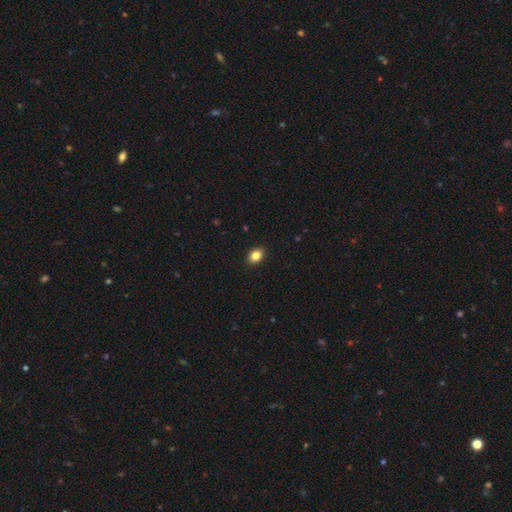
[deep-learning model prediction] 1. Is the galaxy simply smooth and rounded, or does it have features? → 84% smooth, 10% star or artifact, 7% featured or disk.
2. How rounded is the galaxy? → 71% in between, 28% round, 1% cigar-shaped.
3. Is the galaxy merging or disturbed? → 90% none, 7% minor disturbance, 2% major disturbance, 1% merger.